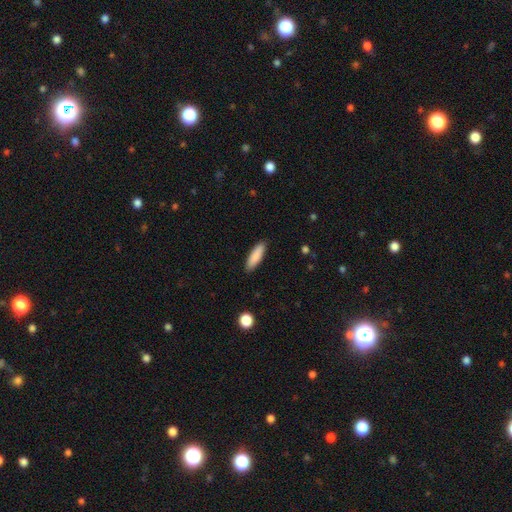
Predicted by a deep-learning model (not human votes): Smooth or featured: smooth — 87% (featured or disk — 7%)
How rounded: cigar-shaped — 60% (in between — 38%)
Merging: none — 89% (minor disturbance — 8%)